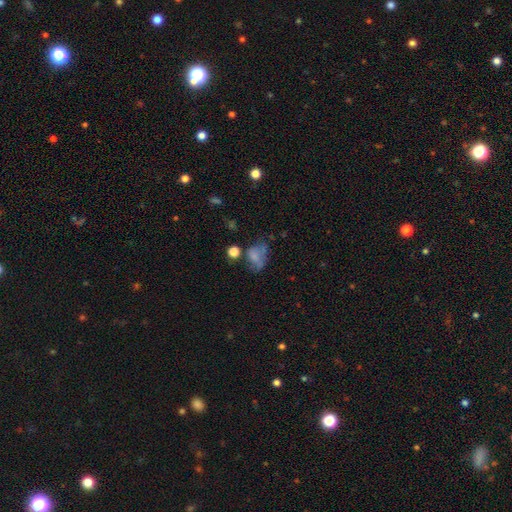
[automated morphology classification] A smooth galaxy with no disk features (60%) that is in between round and cigar-shaped (71%).

Vote fractions:
- Smooth or featured? smooth: 60% / featured or disk: 26% / star or artifact: 14%
- How rounded? in between: 71% / round: 27% / cigar-shaped: 1%
- Merging? none: 31% / major disturbance: 30% / minor disturbance: 27% / merger: 12%